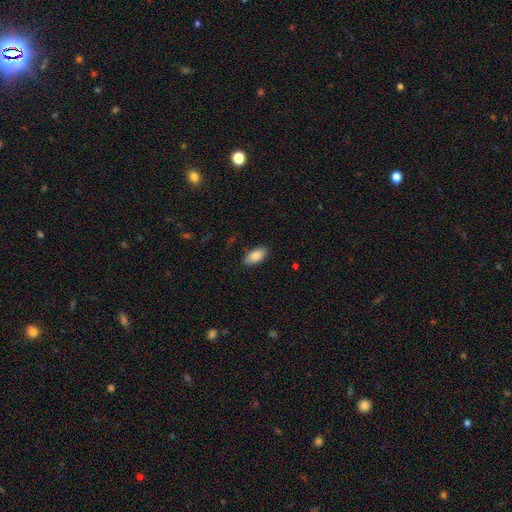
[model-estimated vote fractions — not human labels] Smooth or featured? smooth (85%)
How rounded? in between (91%)
Merging? none (87%)